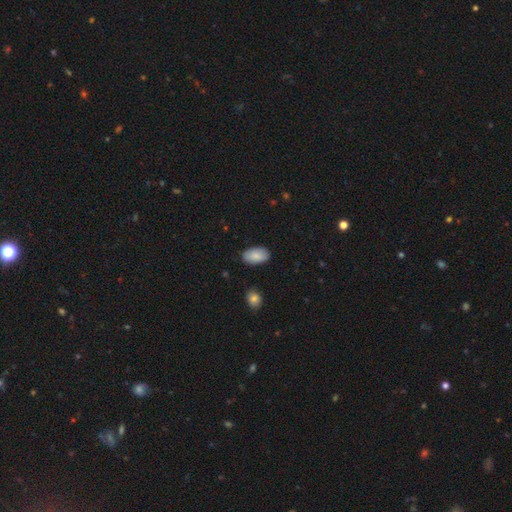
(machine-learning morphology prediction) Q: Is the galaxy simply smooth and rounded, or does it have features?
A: smooth — 88%.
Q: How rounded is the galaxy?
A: in between — 95%.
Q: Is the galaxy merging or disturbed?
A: none — 86%.